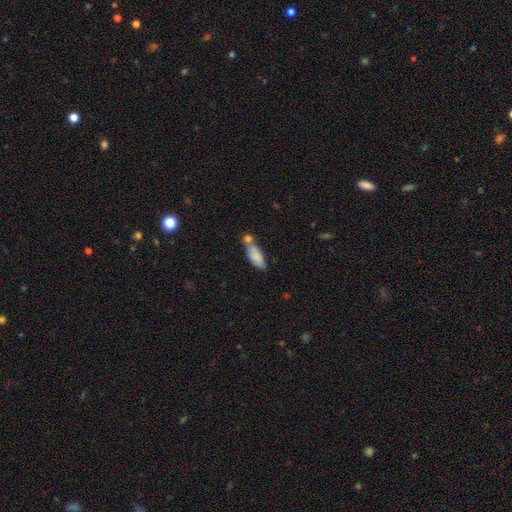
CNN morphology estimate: Smooth or featured?
  - smooth: 80% *
  - featured or disk: 13%
  - star or artifact: 7%
How rounded?
  - in between: 70% *
  - cigar-shaped: 28%
  - round: 2%
Merging?
  - none: 39% *
  - merger: 38%
  - minor disturbance: 17%
  - major disturbance: 5%